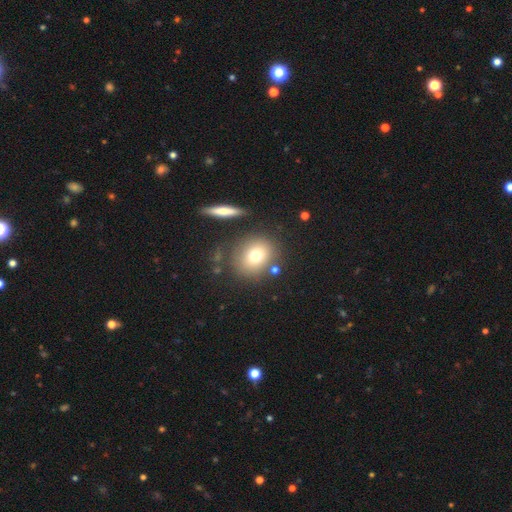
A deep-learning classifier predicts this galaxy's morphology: Smooth or featured: smooth — 73% (featured or disk — 15%)
How rounded: round — 68% (in between — 31%)
Merging: none — 76% (minor disturbance — 11%)